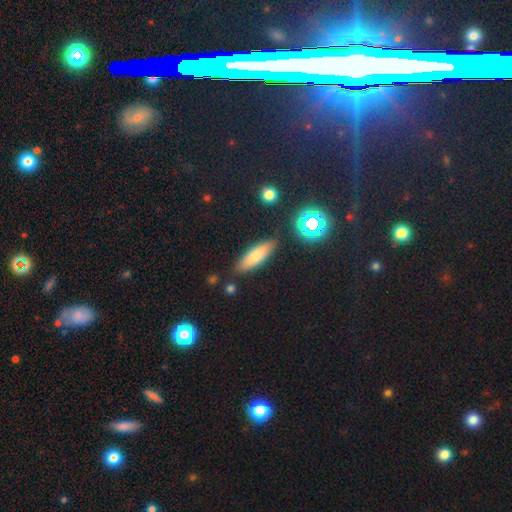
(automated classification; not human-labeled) Smooth or featured? smooth (68%)
How rounded? cigar-shaped (49%)
Merging? none (85%)